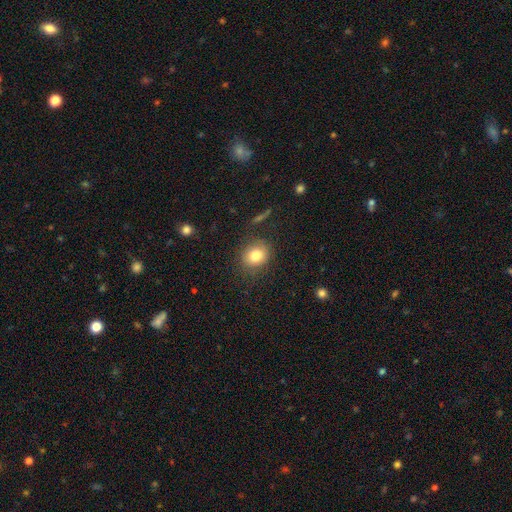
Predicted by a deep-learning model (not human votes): Overall: smooth (81%). How rounded: round (61%; in between 38%). Merging: none (83%).